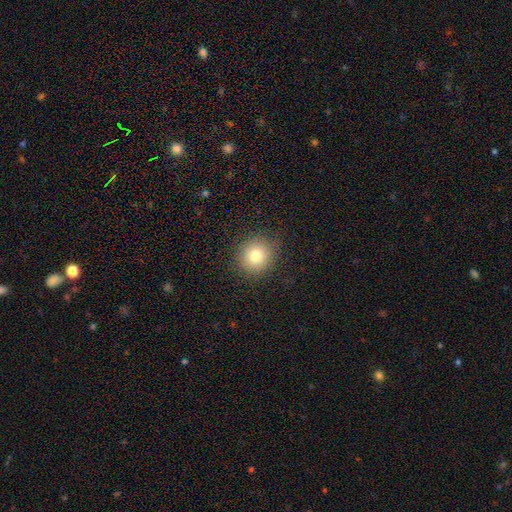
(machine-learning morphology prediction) A smooth galaxy with no disk features (79%) that is round (86%). Merging: none (87%).